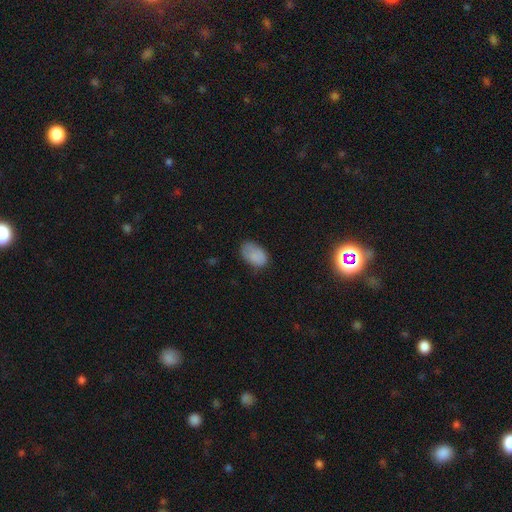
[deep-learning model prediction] This appears to be a smooth galaxy with no disk features (84%) that is in between round and cigar-shaped (90%). Merging: none (67%).